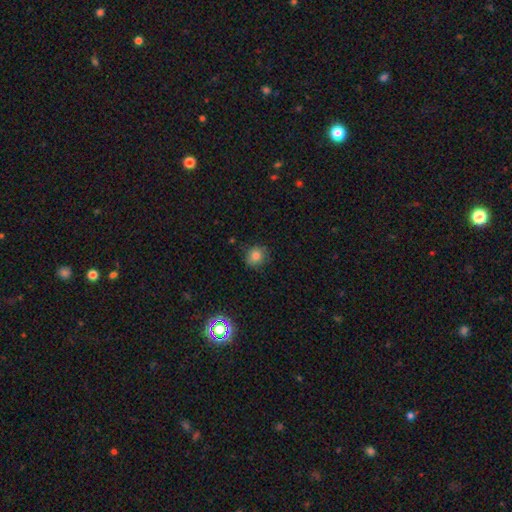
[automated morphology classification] The model was most divided on "how rounded": round: 79%, in between: 20%, cigar-shaped: 1%. More confident: smooth or featured — smooth (81%); merging — none (79%).